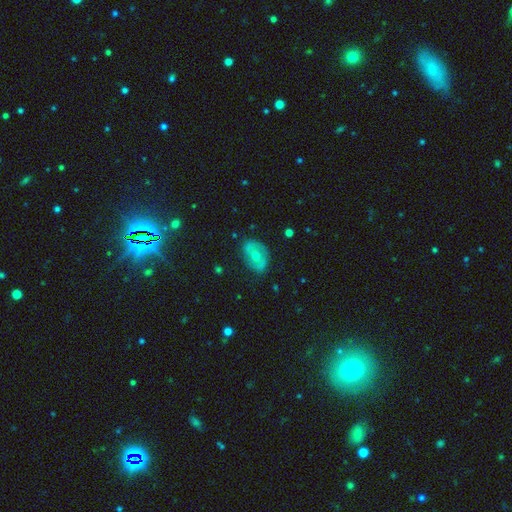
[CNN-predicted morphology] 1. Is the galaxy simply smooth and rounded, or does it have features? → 51% featured or disk, 39% smooth, 9% star or artifact.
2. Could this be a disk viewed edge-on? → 94% no, 6% yes.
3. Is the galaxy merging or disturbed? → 74% none, 19% minor disturbance, 6% major disturbance, 2% merger.